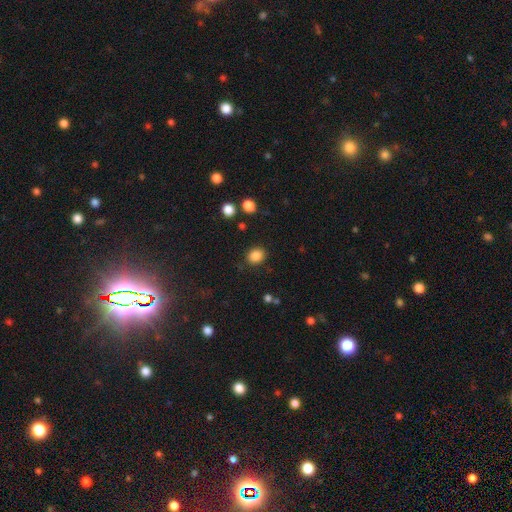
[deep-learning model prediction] Overall: smooth (86%). How rounded: round (63%; in between 37%). Merging: none (85%).